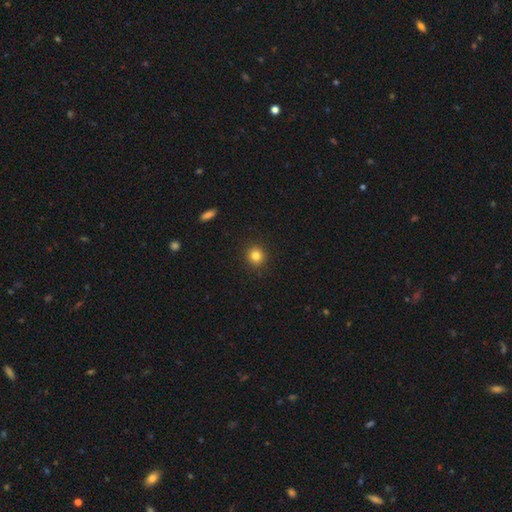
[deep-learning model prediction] smooth-or-featured: smooth: 82% | star or artifact: 12% | featured or disk: 6%
  how-rounded: round: 91% | in between: 8% | cigar-shaped: 1%
  merging: none: 91% | minor disturbance: 6% | major disturbance: 2% | merger: 1%